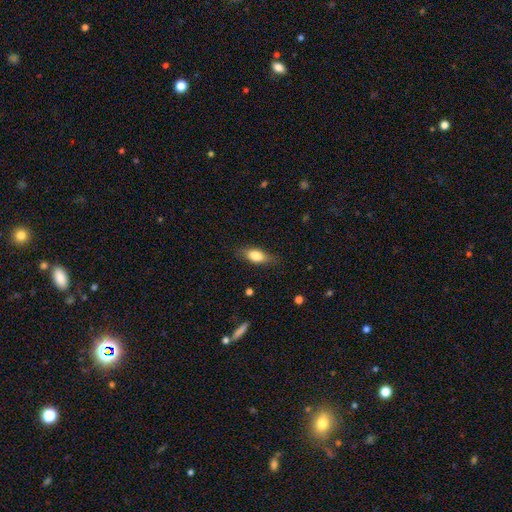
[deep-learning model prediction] Smooth or featured?
  - smooth: 77% *
  - featured or disk: 16%
  - star or artifact: 7%
How rounded?
  - in between: 78% *
  - cigar-shaped: 17%
  - round: 5%
Merging?
  - none: 76% *
  - minor disturbance: 18%
  - major disturbance: 5%
  - merger: 1%